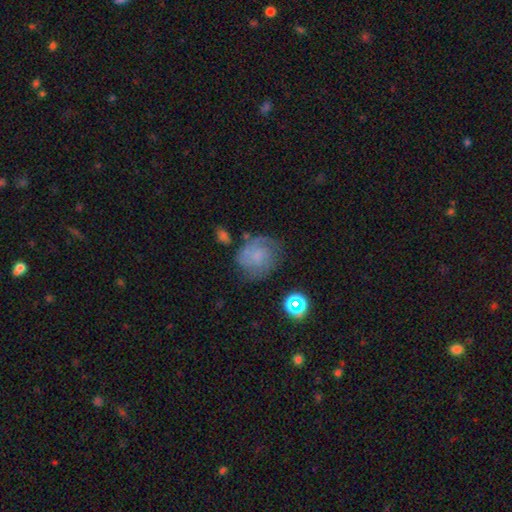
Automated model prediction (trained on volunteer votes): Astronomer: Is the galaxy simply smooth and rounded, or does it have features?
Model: featured or disk — 48% (runner-up: smooth, 40%).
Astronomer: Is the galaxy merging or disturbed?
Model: none — 56%.